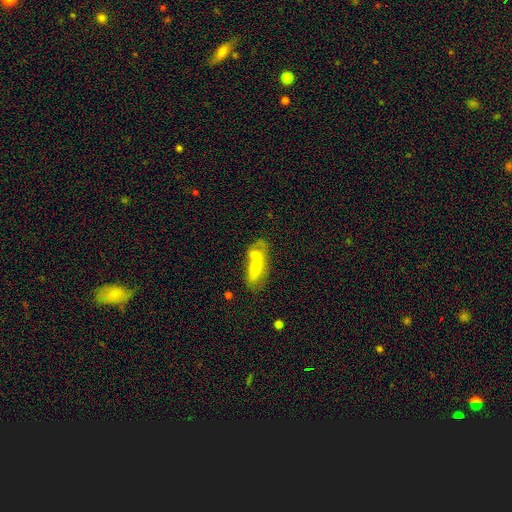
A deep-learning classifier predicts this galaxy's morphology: smooth-or-featured: smooth: 59% | featured or disk: 33% | star or artifact: 8%
  how-rounded: in between: 70% | cigar-shaped: 16% | round: 14%
  merging: merger: 69% | none: 15% | major disturbance: 8% | minor disturbance: 8%